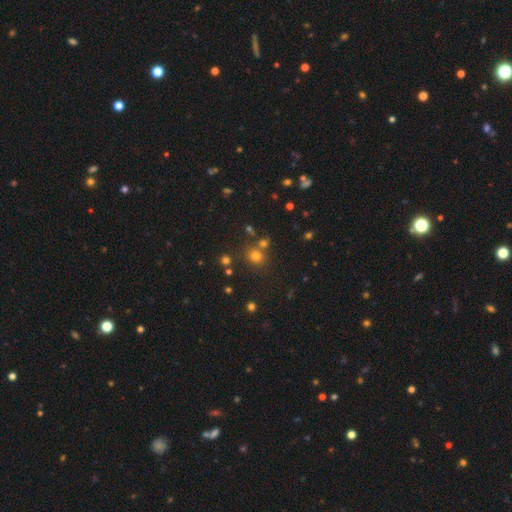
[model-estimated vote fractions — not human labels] This appears to be a smooth galaxy with no disk features (72%) that is round (82%). Merging: none (72%).